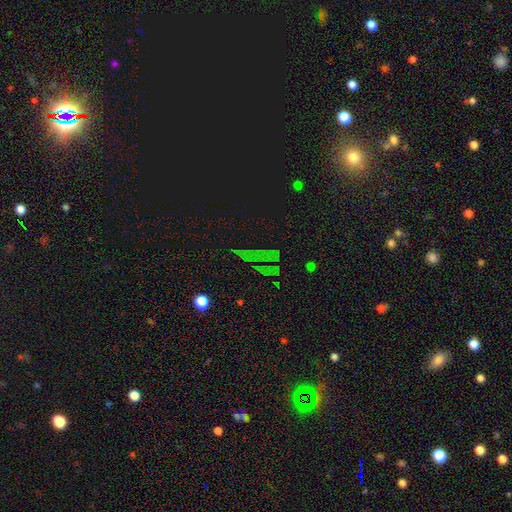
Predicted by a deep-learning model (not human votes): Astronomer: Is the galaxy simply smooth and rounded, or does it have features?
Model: star or artifact — 69%.